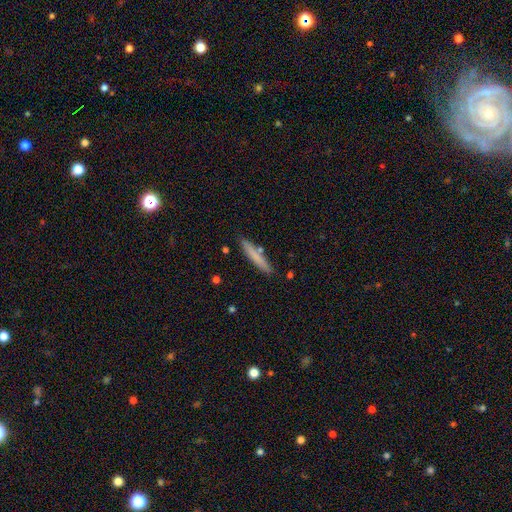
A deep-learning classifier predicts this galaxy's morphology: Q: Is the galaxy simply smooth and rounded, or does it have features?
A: smooth — 73%.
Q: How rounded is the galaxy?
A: cigar-shaped — 94%.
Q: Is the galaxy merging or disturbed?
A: none — 84%.